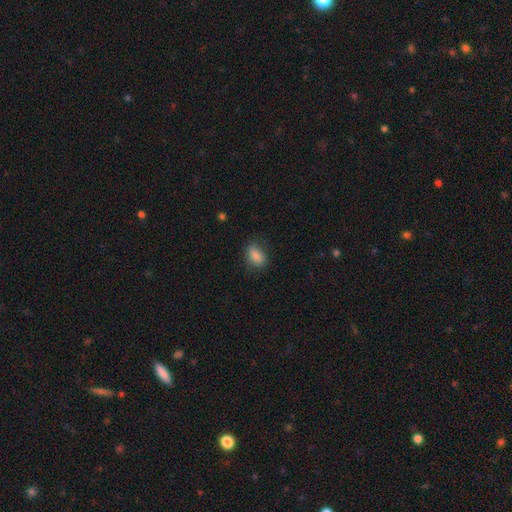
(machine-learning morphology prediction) This appears to be a smooth galaxy with no disk features (84%) that is in between round and cigar-shaped (81%). Merging: none (72%).